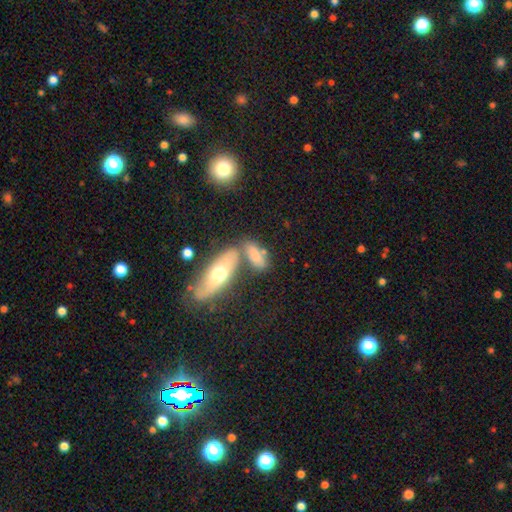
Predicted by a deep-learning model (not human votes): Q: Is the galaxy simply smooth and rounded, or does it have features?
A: smooth — 70%.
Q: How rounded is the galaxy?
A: in between — 66%.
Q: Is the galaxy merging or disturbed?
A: none — 51%.